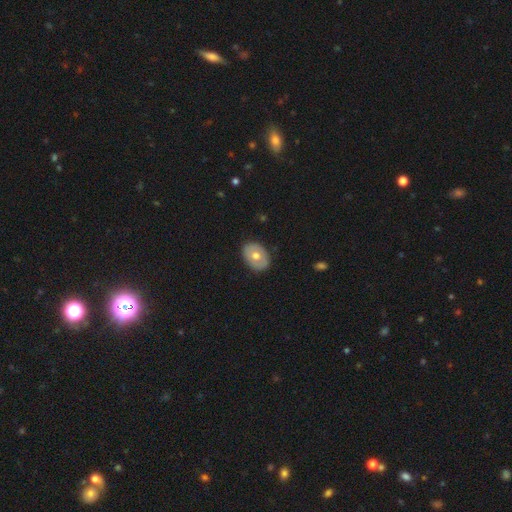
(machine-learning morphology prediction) Smooth or featured? smooth (59%)
How rounded? in between (73%)
Merging? none (86%)